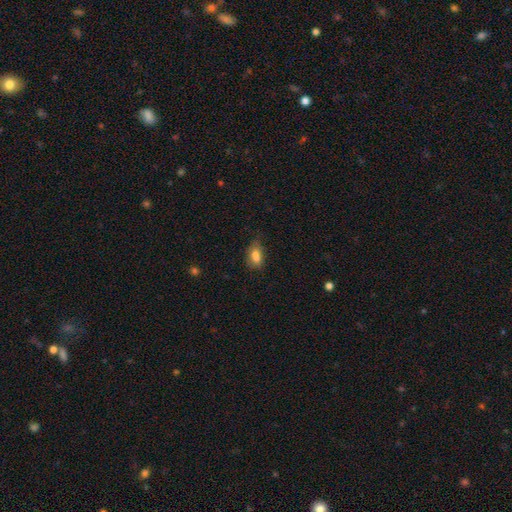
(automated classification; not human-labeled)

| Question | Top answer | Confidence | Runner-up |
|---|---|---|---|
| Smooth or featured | smooth | 78% | featured or disk (11%) |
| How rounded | in between | 83% | round (9%) |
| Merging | none | 52% | minor disturbance (32%) |